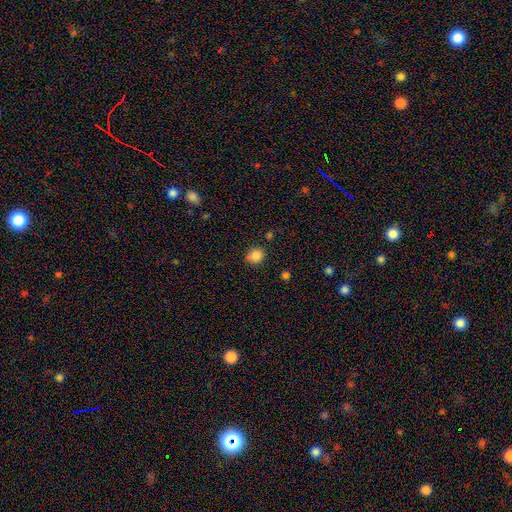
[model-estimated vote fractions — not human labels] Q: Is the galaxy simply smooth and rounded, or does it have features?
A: smooth — 85%.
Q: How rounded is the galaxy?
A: round — 72%.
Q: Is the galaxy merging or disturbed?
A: none — 76%.